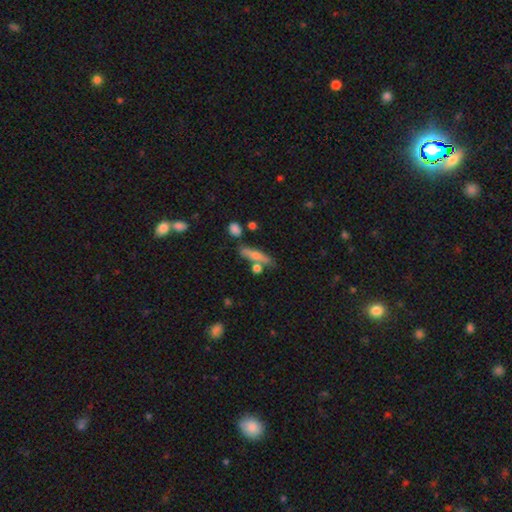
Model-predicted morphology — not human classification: Smooth or featured? Predicted: smooth (p=0.46). Merging? Predicted: none (p=0.69).